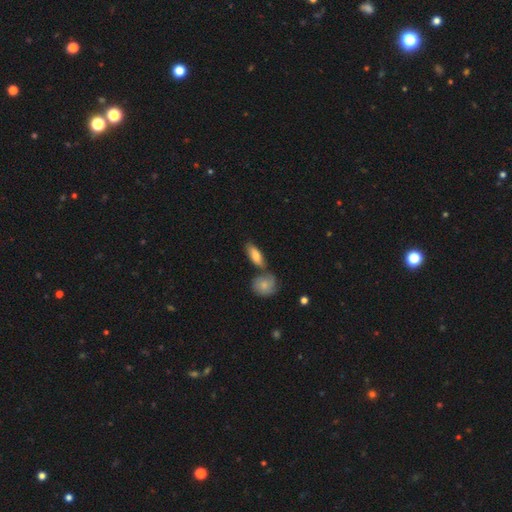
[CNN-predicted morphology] This appears to be a smooth galaxy with no disk features (77%) that is in between round and cigar-shaped (73%). Merging: none (59%).